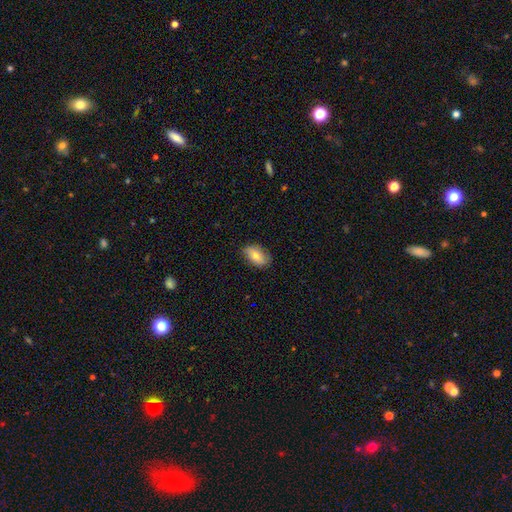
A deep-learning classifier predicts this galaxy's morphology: smooth 75%, featured or disk 18%, star or artifact 7%. Down the decision tree: how rounded — in between (91%); merging — none (81%).